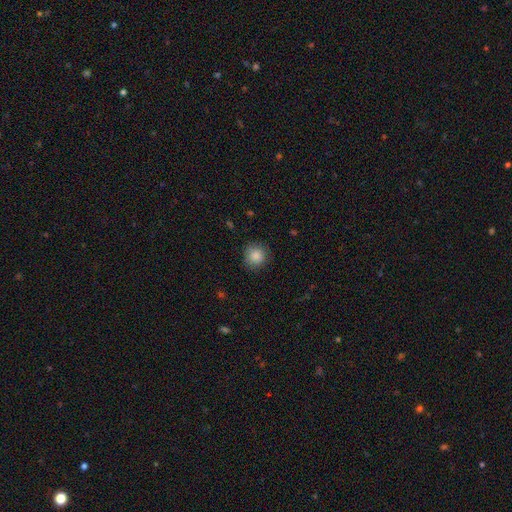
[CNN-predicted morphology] Smooth or featured? Predicted: smooth (p=0.87). How rounded? Predicted: round (p=0.91). Merging? Predicted: none (p=0.85).